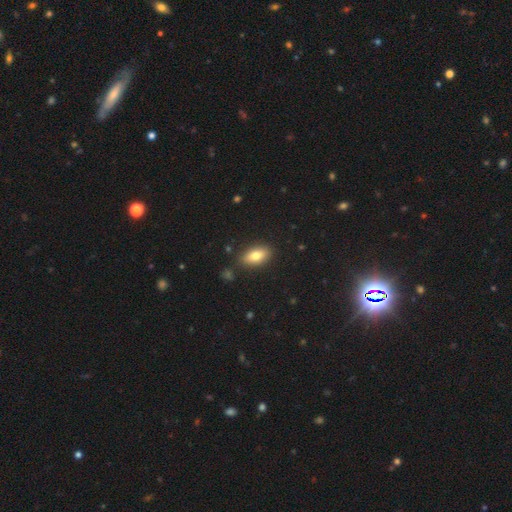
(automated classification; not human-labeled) Smooth or featured: smooth — 78% (featured or disk — 14%)
How rounded: in between — 88% (cigar-shaped — 7%)
Merging: none — 85% (minor disturbance — 10%)